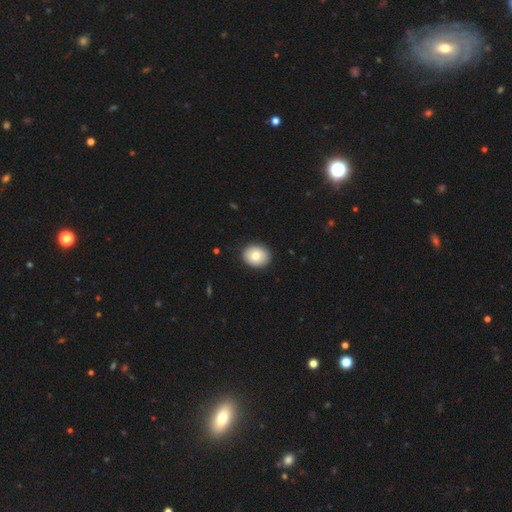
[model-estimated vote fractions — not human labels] Morphology: type=smooth (78%); roundness=round (56%); merging=none (90%).